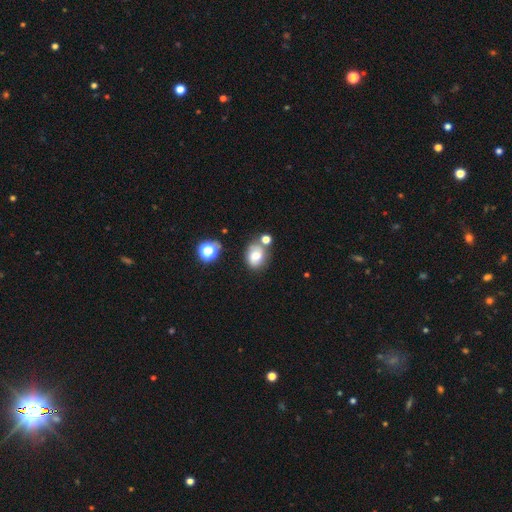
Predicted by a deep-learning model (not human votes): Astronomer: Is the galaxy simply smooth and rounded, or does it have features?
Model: smooth — 67%.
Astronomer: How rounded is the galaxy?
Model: in between — 56% (runner-up: round, 43%).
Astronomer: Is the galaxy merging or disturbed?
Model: none — 54%.